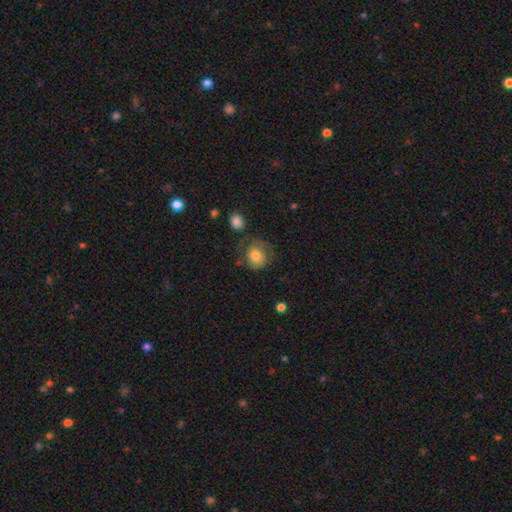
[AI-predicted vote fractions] Smooth or featured? smooth (69%)
How rounded? round (77%)
Merging? none (56%)